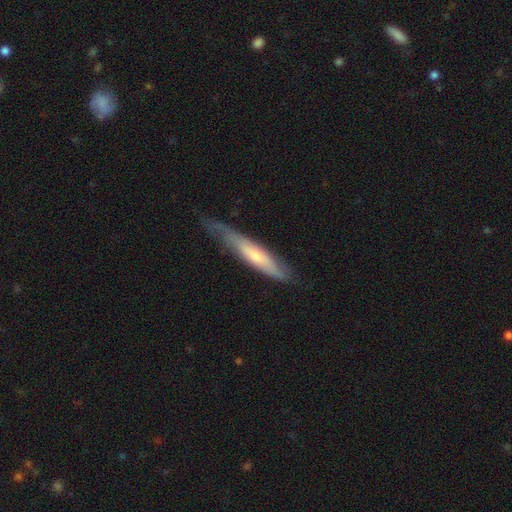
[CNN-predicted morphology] type=featured or disk (48%); merging=none (55%).